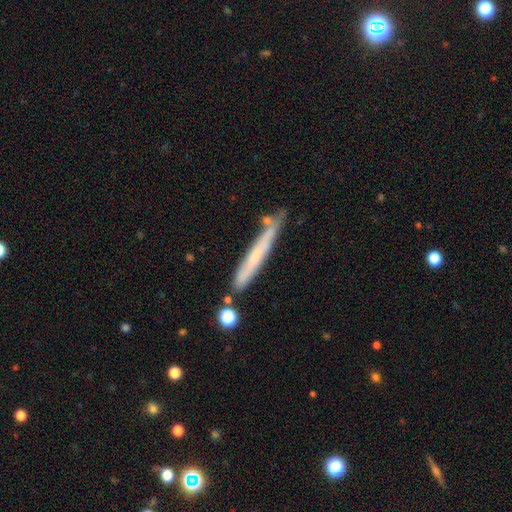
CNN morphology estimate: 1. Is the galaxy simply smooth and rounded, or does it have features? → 52% smooth, 40% featured or disk, 7% star or artifact.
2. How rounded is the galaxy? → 96% cigar-shaped, 3% in between, 1% round.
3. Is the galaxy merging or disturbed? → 73% none, 17% minor disturbance, 6% merger, 3% major disturbance.